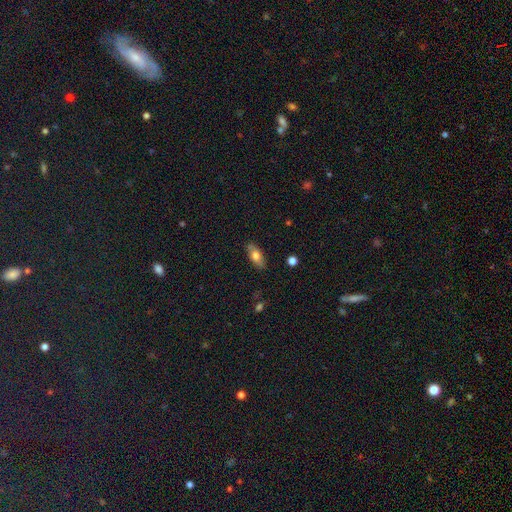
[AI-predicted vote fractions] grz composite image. It shows a smooth galaxy with no disk features (69%) that is in between round and cigar-shaped (83%). Merging: none (84%).